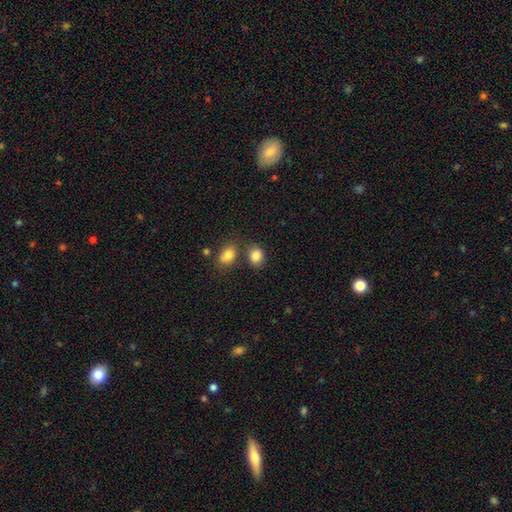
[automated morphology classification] smooth 85%, star or artifact 9%, featured or disk 5%. Down the decision tree: how rounded — in between (50%); merging — none (67%).